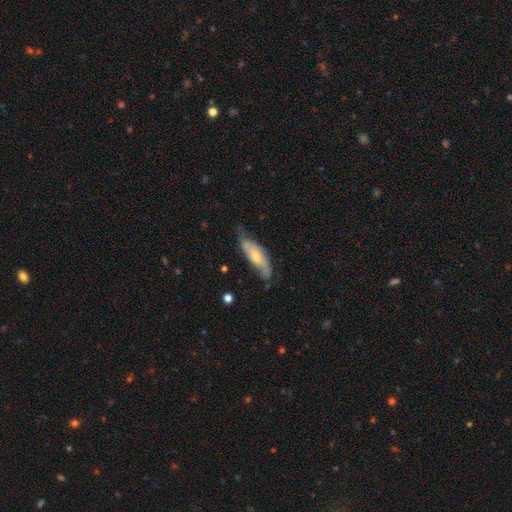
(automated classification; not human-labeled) Morphology: type=smooth (48%); merging=none (51%).